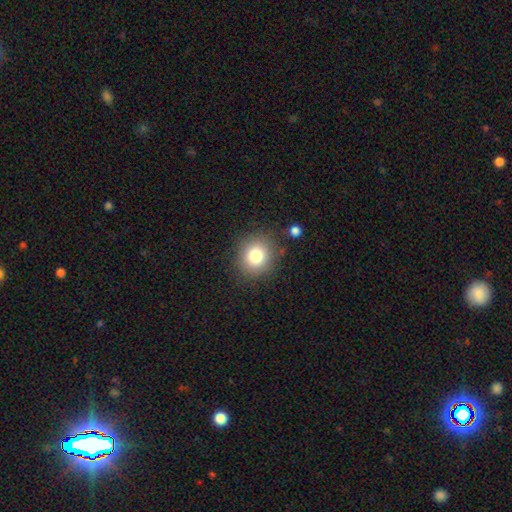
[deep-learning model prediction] Smooth or featured: smooth — 79% (star or artifact — 12%)
How rounded: round — 81% (in between — 18%)
Merging: none — 84% (minor disturbance — 10%)